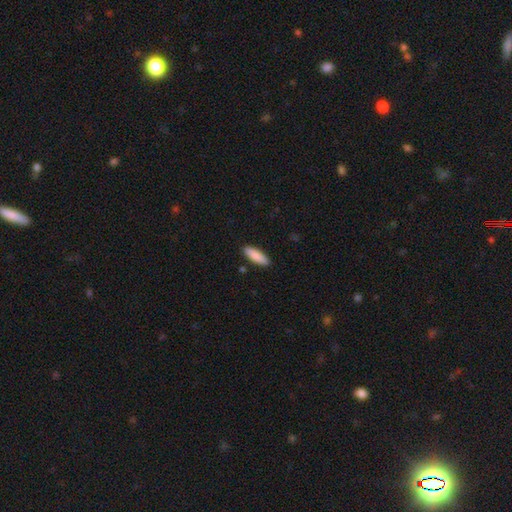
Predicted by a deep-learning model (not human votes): Q: Smooth or featured?
A: smooth (88%); runner-up: featured or disk (7%)
Q: How rounded?
A: in between (50%); runner-up: cigar-shaped (48%)
Q: Merging?
A: none (89%); runner-up: minor disturbance (8%)